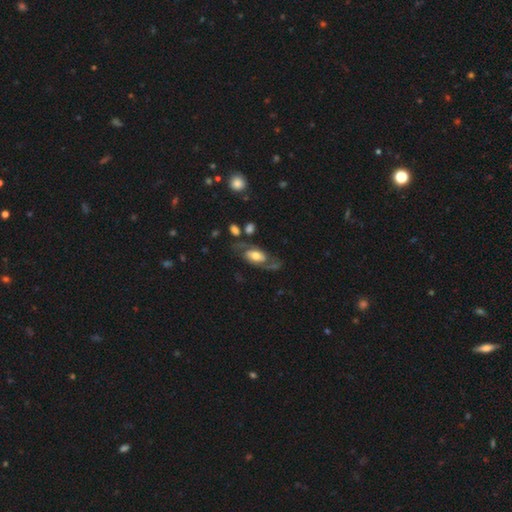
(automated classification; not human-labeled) Smooth or featured: featured or disk — 73% (smooth — 22%)
Edge-on disk: no — 93% (yes — 7%)
Bar: no — 54% (weak — 32%)
Spiral arms: yes — 85% (no — 15%)
Spiral winding: medium — 45% (loose — 35%)
Spiral arm count: 2 — 87% (can't tell — 6%)
Bulge size: moderate — 58% (large — 27%)
Merging: none — 64% (minor disturbance — 18%)